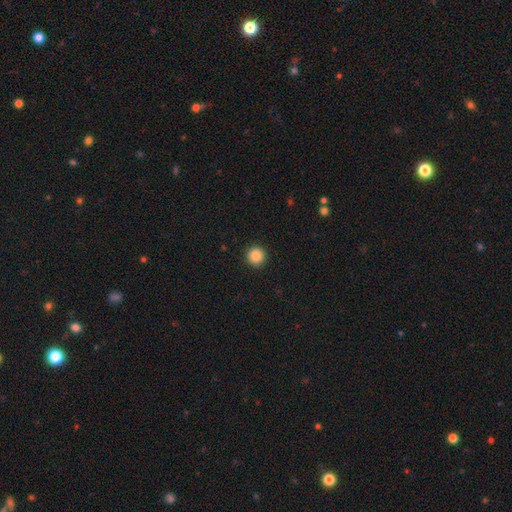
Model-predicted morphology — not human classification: This is clearly a smooth galaxy (87%). How rounded: clearly round (96%). Merging: clearly none (93%).